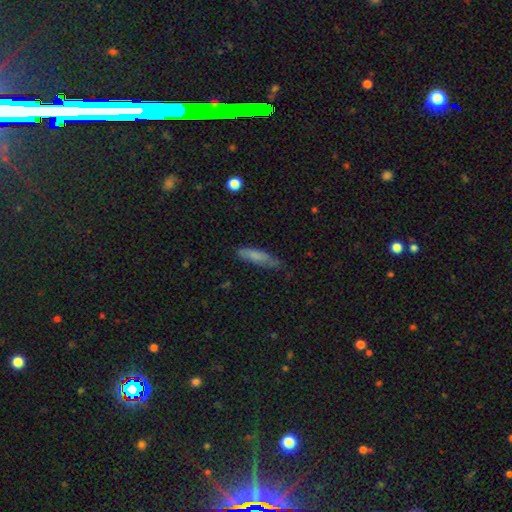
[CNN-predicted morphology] type=smooth (76%); roundness=cigar-shaped (75%); merging=none (68%).